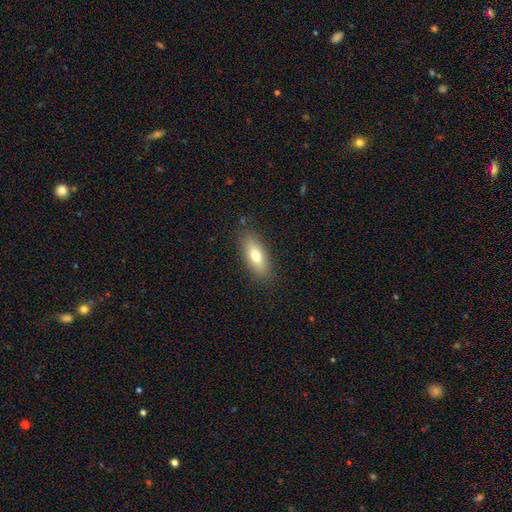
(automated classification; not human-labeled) smooth_or_featured: smooth (p=0.70) [alt: featured or disk p=0.23]
how_rounded: in between (p=0.73) [alt: cigar-shaped p=0.24]
merging: none (p=0.86) [alt: minor disturbance p=0.10]